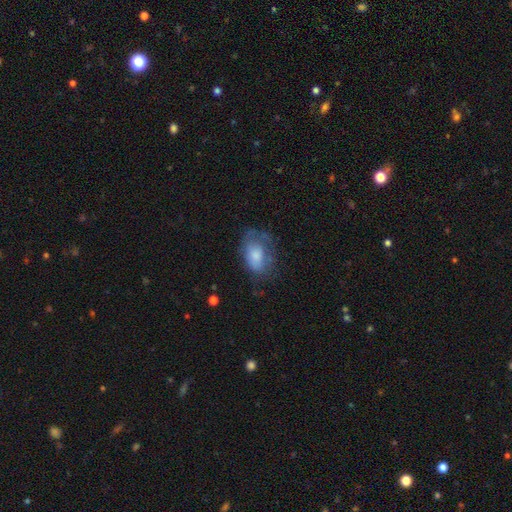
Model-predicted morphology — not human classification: Smooth or featured? Predicted: smooth (p=0.64). How rounded? Predicted: in between (p=0.85). Merging? Predicted: none (p=0.45).